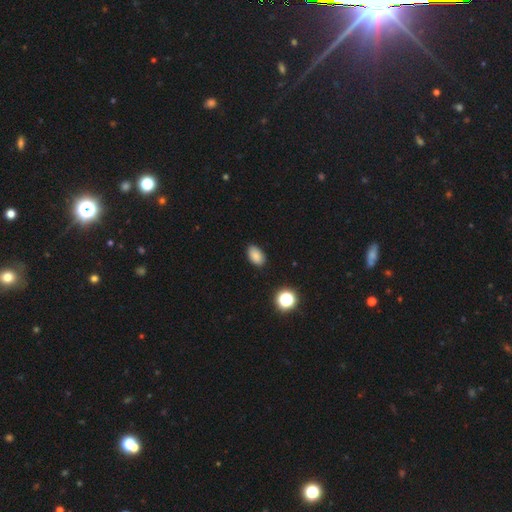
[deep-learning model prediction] Smooth or featured?
  - smooth: 85% *
  - star or artifact: 11%
  - featured or disk: 4%
How rounded?
  - in between: 91% *
  - round: 8%
  - cigar-shaped: 2%
Merging?
  - none: 88% *
  - minor disturbance: 9%
  - major disturbance: 2%
  - merger: 1%